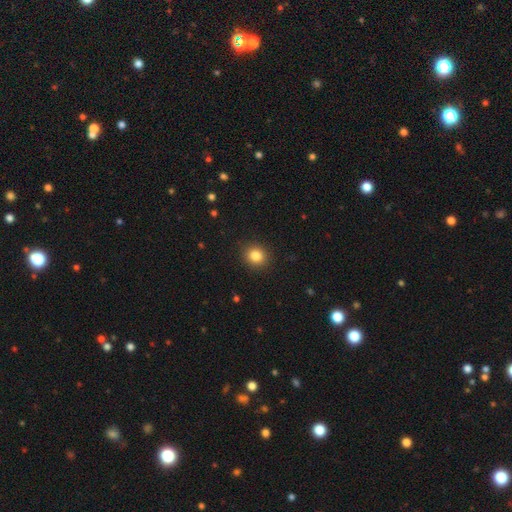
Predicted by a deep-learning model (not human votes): smooth 84%, star or artifact 11%, featured or disk 5%. Down the decision tree: how rounded — round (80%); merging — none (91%).